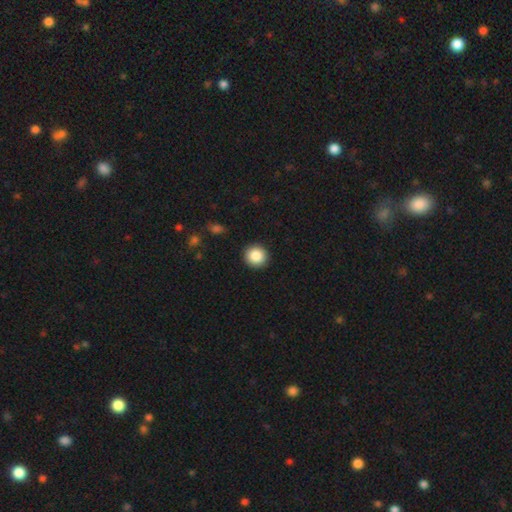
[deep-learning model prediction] Smooth or featured?
  - smooth: 87% *
  - star or artifact: 8%
  - featured or disk: 4%
How rounded?
  - round: 93% *
  - in between: 6%
  - cigar-shaped: 1%
Merging?
  - none: 92% *
  - minor disturbance: 5%
  - major disturbance: 2%
  - merger: 1%